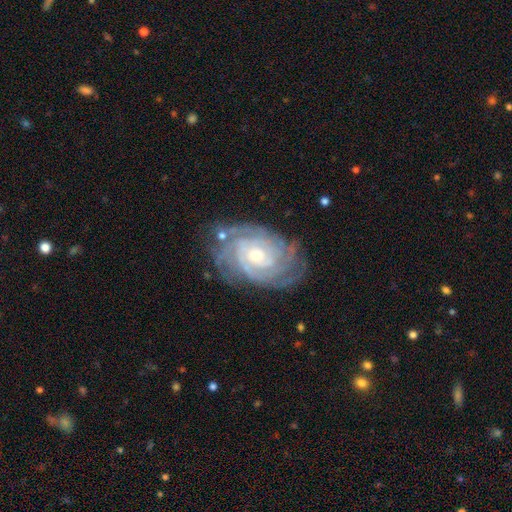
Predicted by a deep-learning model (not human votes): Morphology: type=featured or disk (89%); edge-on=no (97%); bar=no (69%); spiral arms=yes (98%); winding=tight (80%); arm count=can't tell (27%); bulge=small (48%, tied with moderate); merging=none (75%).